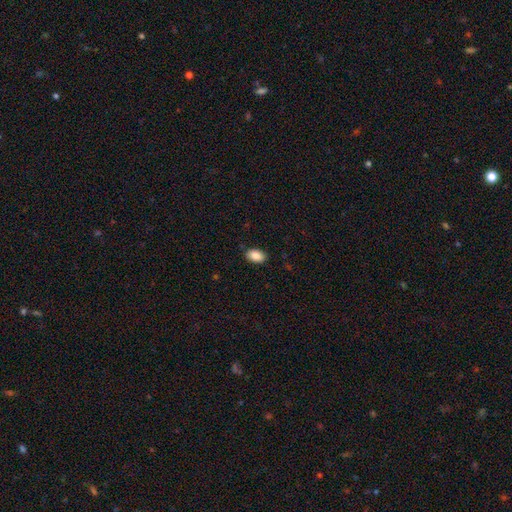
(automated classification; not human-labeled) Q: Smooth or featured?
A: smooth (89%); runner-up: star or artifact (7%)
Q: How rounded?
A: in between (91%); runner-up: round (8%)
Q: Merging?
A: none (88%); runner-up: minor disturbance (9%)